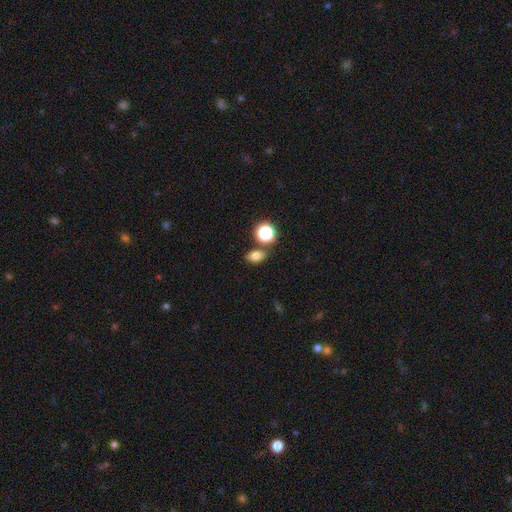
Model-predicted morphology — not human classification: A smooth galaxy with no disk features (76%) that is in between round and cigar-shaped (71%).

Vote fractions:
- Smooth or featured? smooth: 76% / star or artifact: 16% / featured or disk: 8%
- How rounded? in between: 71% / round: 27% / cigar-shaped: 2%
- Merging? none: 75% / merger: 11% / minor disturbance: 11% / major disturbance: 3%